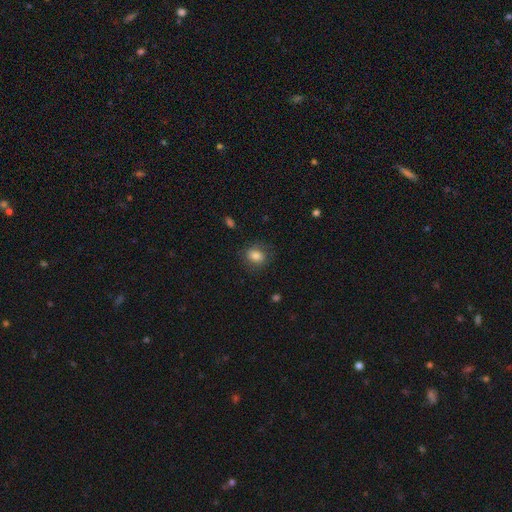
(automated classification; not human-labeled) Q: Smooth or featured?
A: smooth (83%); runner-up: star or artifact (9%)
Q: How rounded?
A: in between (54%); runner-up: round (45%)
Q: Merging?
A: none (79%); runner-up: minor disturbance (14%)